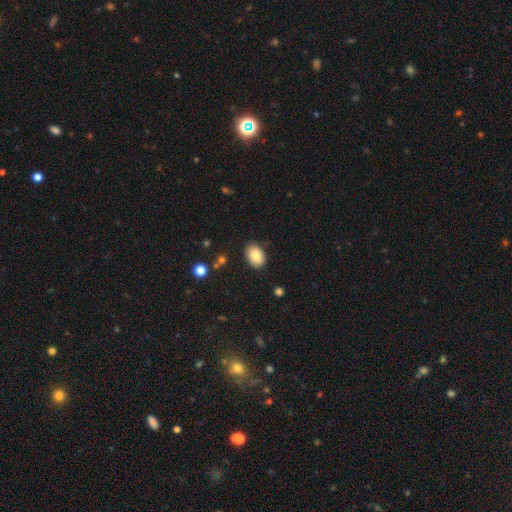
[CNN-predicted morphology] smooth_or_featured: smooth (p=0.85) [alt: featured or disk p=0.07]
how_rounded: in between (p=0.84) [alt: round p=0.15]
merging: none (p=0.84) [alt: minor disturbance p=0.12]